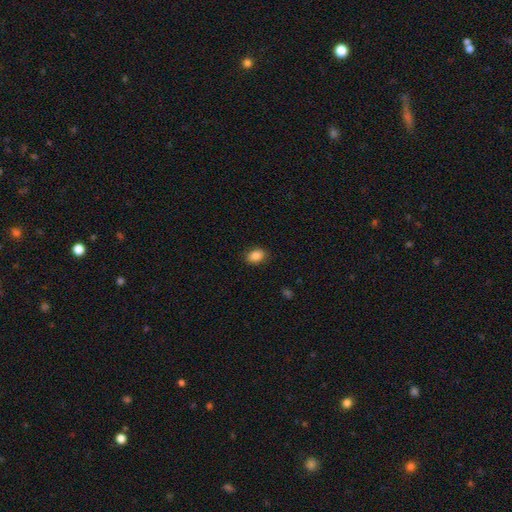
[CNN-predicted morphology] This is clearly a smooth galaxy (87%). How rounded: likely in between (78%). Merging: clearly none (88%).